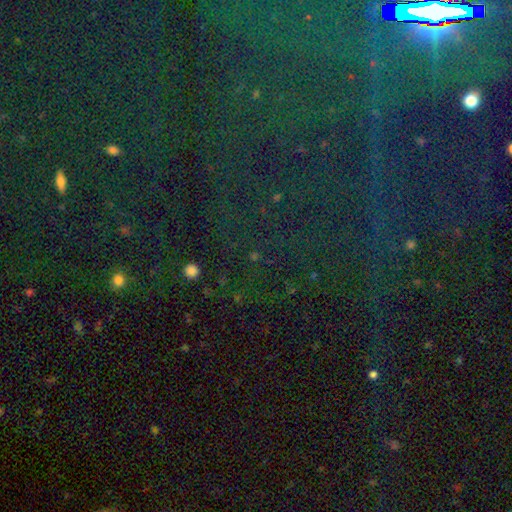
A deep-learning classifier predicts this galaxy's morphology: This appears to be a star or artifact, not a galaxy (78%).